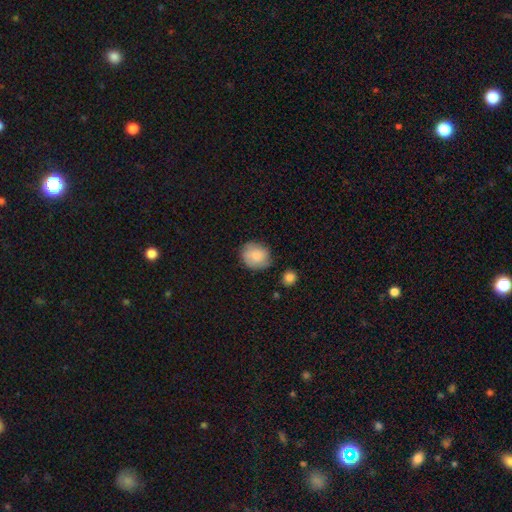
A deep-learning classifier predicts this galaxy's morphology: A smooth galaxy with no disk features (79%) that is round (74%). Merging: none (72%).